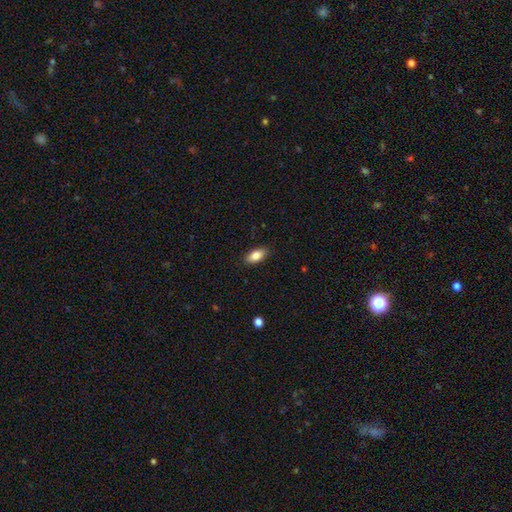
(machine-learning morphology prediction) smooth 84%, featured or disk 9%, star or artifact 7%. Down the decision tree: how rounded — in between (88%); merging — none (88%).